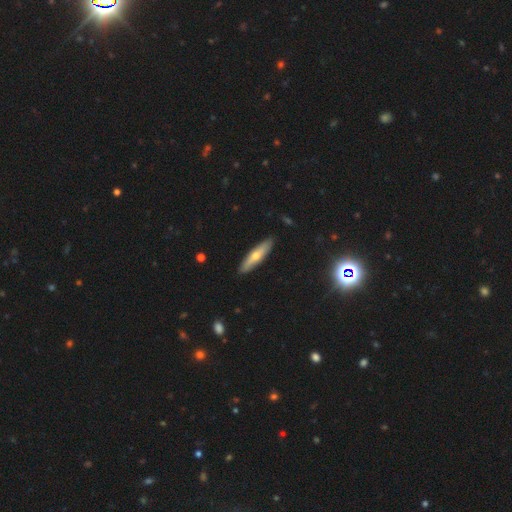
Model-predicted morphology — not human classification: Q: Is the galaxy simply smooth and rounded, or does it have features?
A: smooth — 52%.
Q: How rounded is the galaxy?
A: cigar-shaped — 77%.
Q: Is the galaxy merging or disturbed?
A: none — 89%.